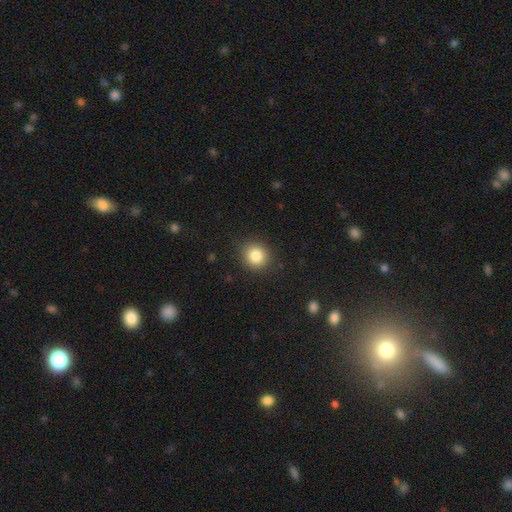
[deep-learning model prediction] This appears to be a smooth galaxy with no disk features (83%) that is round (85%). Merging: none (88%).